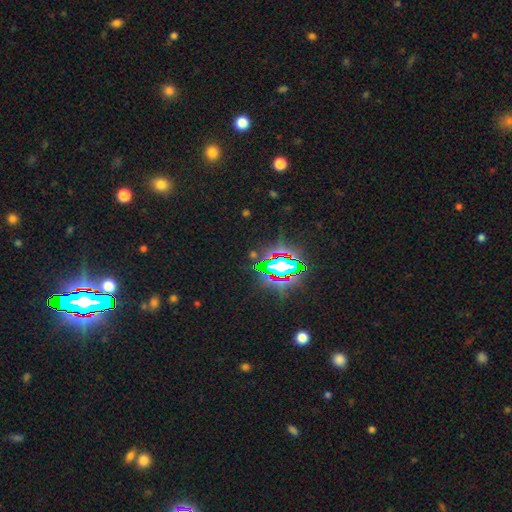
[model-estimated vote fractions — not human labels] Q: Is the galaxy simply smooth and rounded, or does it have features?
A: star or artifact — 78%.